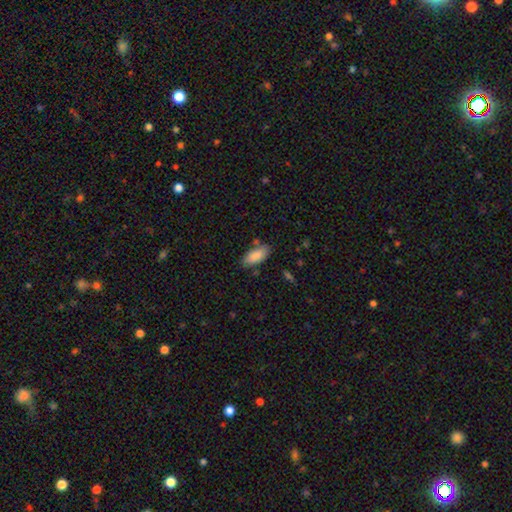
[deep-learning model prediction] Morphology: type=smooth (87%); roundness=in between (88%); merging=none (77%).